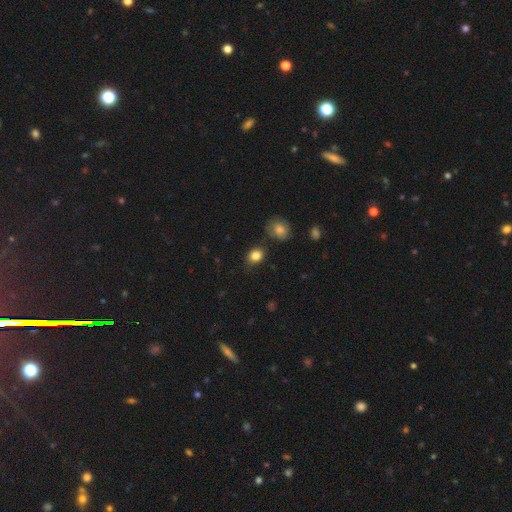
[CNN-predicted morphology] Q: Smooth or featured?
A: smooth (84%); runner-up: star or artifact (10%)
Q: How rounded?
A: round (57%); runner-up: in between (42%)
Q: Merging?
A: none (80%); runner-up: minor disturbance (13%)